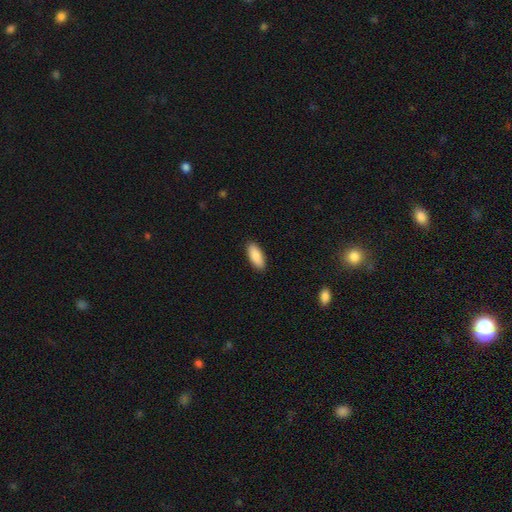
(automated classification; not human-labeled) The model was most divided on "how rounded": in between: 78%, cigar-shaped: 20%, round: 2%. More confident: merging — none (90%); smooth or featured — smooth (88%).